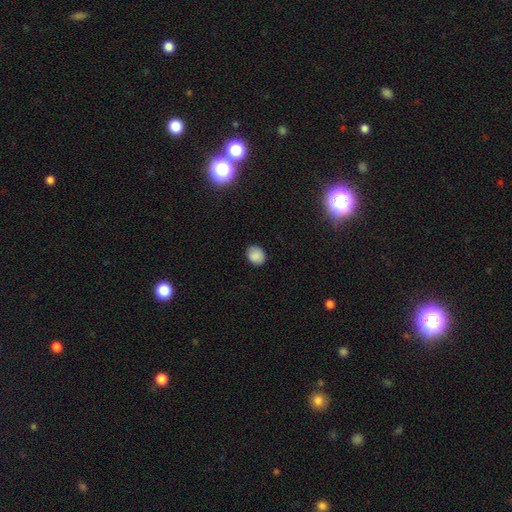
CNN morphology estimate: Smooth or featured: smooth — 87% (star or artifact — 9%)
How rounded: in between — 50% (round — 49%)
Merging: none — 86% (minor disturbance — 11%)